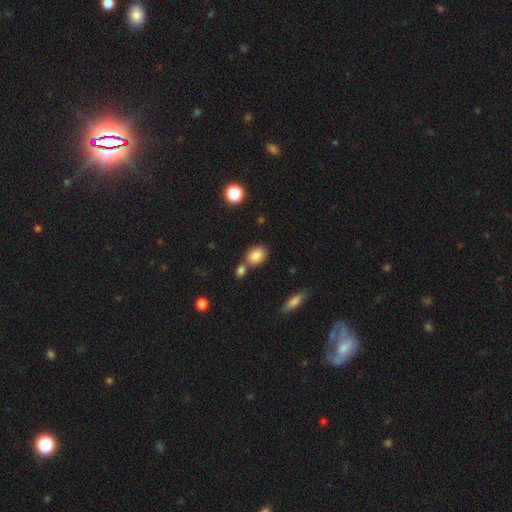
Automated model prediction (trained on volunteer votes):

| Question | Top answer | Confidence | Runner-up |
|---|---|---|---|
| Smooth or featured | smooth | 84% | star or artifact (10%) |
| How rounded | in between | 56% | round (42%) |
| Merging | none | 63% | merger (22%) |